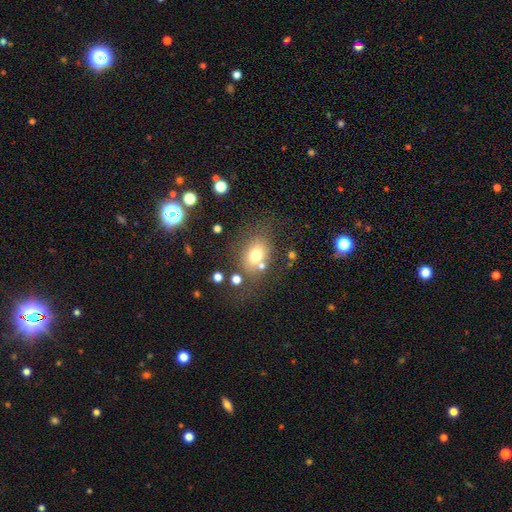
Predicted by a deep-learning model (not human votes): Overall: smooth (70%). How rounded: in between (58%; round 41%). Merging: none (59%).